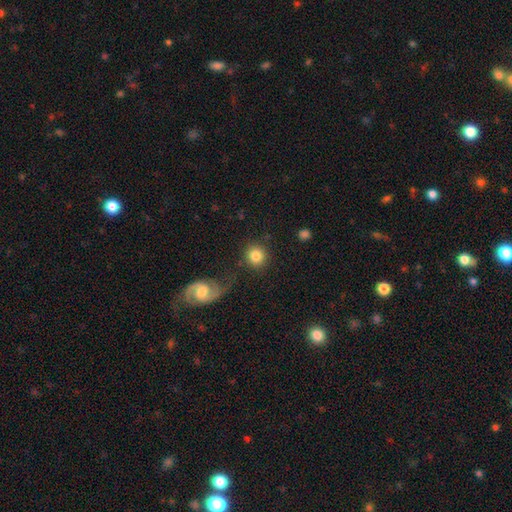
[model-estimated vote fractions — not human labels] Morphology: type=smooth (83%); roundness=round (91%); merging=none (79%).